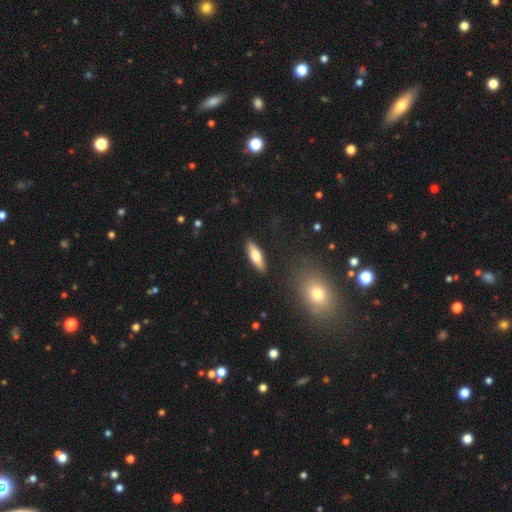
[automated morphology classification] Smooth or featured? Predicted: smooth (p=0.69). How rounded? Predicted: in between (p=0.50). Merging? Predicted: none (p=0.88).